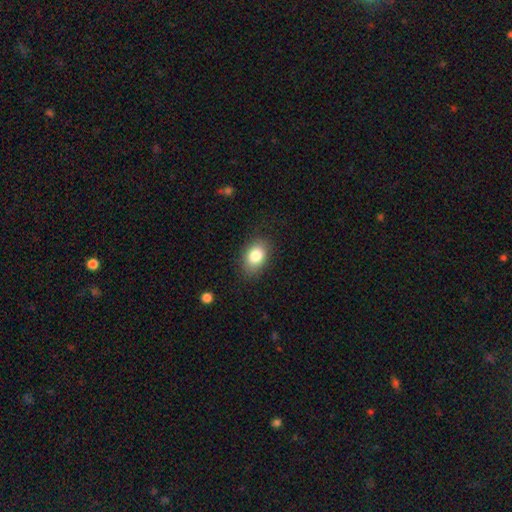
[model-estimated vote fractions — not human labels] Q: Smooth or featured?
A: smooth (83%); runner-up: featured or disk (9%)
Q: How rounded?
A: in between (79%); runner-up: round (20%)
Q: Merging?
A: none (81%); runner-up: minor disturbance (14%)